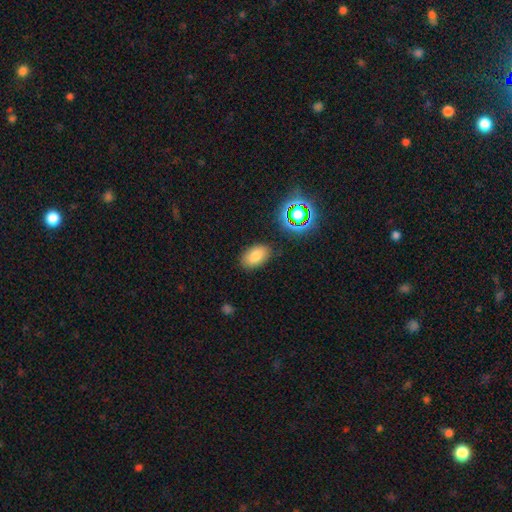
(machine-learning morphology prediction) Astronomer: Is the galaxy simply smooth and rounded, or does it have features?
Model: smooth — 79%.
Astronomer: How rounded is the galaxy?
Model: in between — 90%.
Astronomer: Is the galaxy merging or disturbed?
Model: none — 83%.